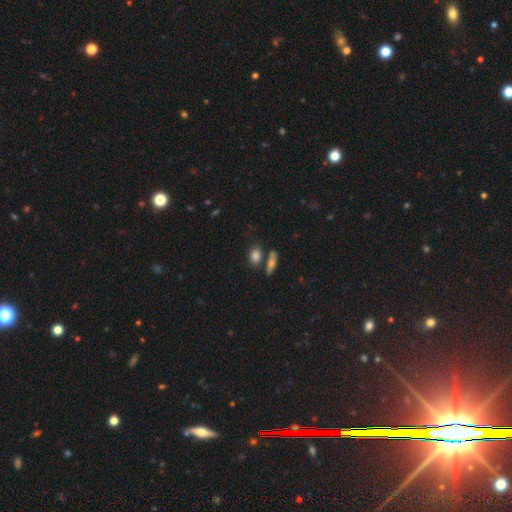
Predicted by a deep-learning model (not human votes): Smooth or featured?
  - smooth: 83% *
  - star or artifact: 9%
  - featured or disk: 8%
How rounded?
  - in between: 67% *
  - round: 27%
  - cigar-shaped: 6%
Merging?
  - none: 65% *
  - merger: 19%
  - minor disturbance: 12%
  - major disturbance: 4%